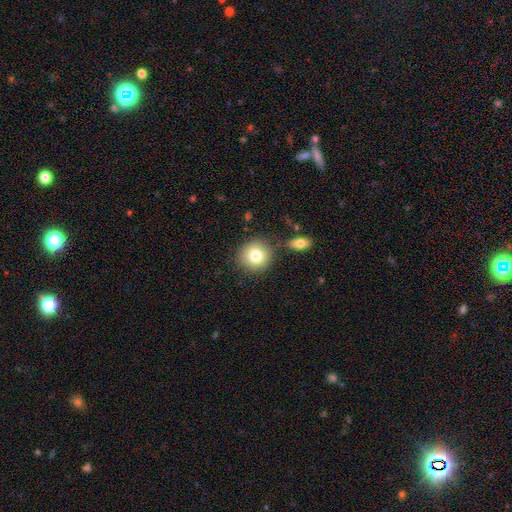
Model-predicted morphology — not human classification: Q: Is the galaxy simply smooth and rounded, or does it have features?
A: smooth — 79%.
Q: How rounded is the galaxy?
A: round — 89%.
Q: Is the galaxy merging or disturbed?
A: none — 81%.